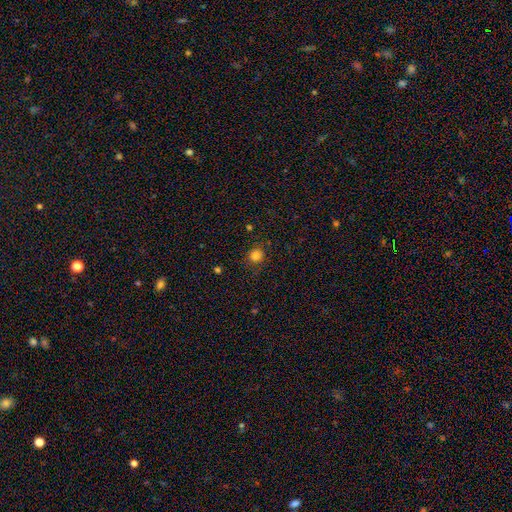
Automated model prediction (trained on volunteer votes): smooth_or_featured: smooth (p=0.82) [alt: star or artifact p=0.13]
how_rounded: round (p=0.84) [alt: in between p=0.15]
merging: none (p=0.83) [alt: minor disturbance p=0.12]